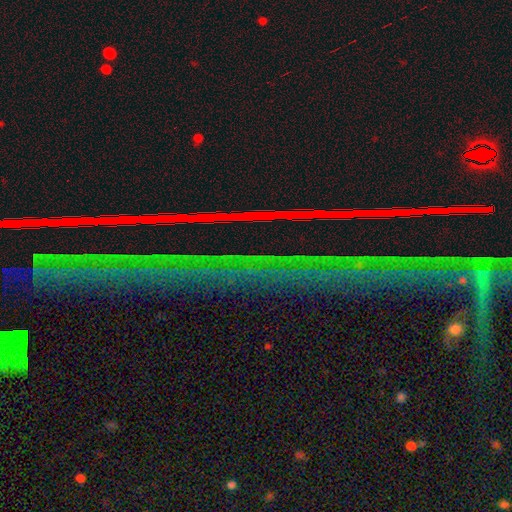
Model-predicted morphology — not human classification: Overall: star or artifact (85%).